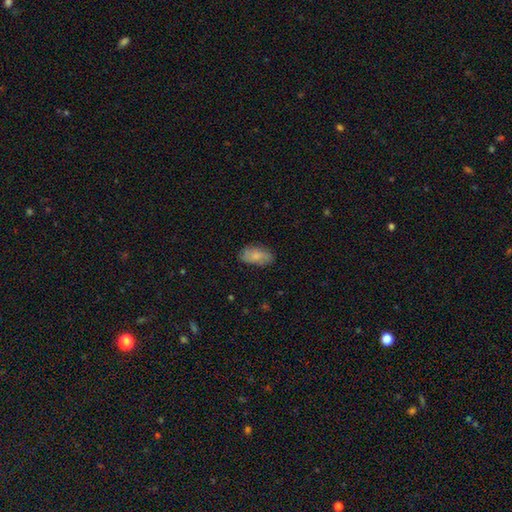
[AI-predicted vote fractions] smooth-or-featured: smooth: 76% | featured or disk: 17% | star or artifact: 7%
  how-rounded: in between: 91% | cigar-shaped: 6% | round: 3%
  merging: none: 79% | minor disturbance: 16% | major disturbance: 4% | merger: 1%